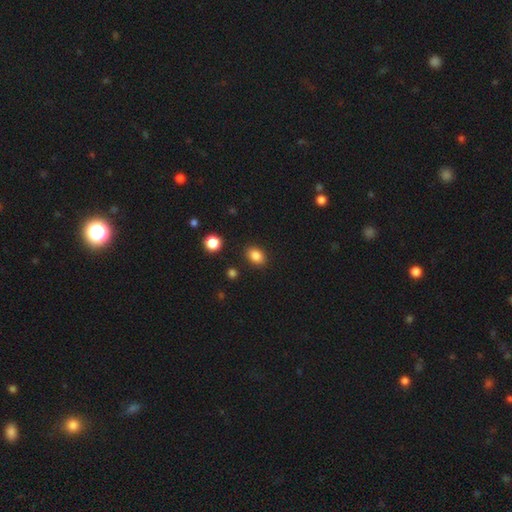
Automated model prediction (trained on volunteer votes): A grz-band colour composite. It shows a smooth galaxy with no disk features (85%) that is in between round and cigar-shaped (70%). Merging: none (87%).